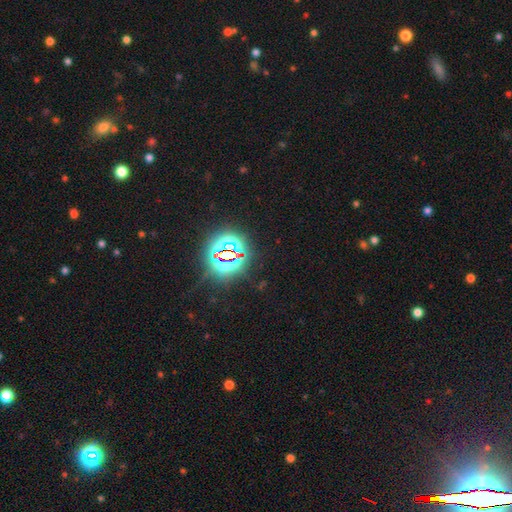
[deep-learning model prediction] smooth_or_featured: star or artifact (p=0.84) [alt: smooth p=0.10]